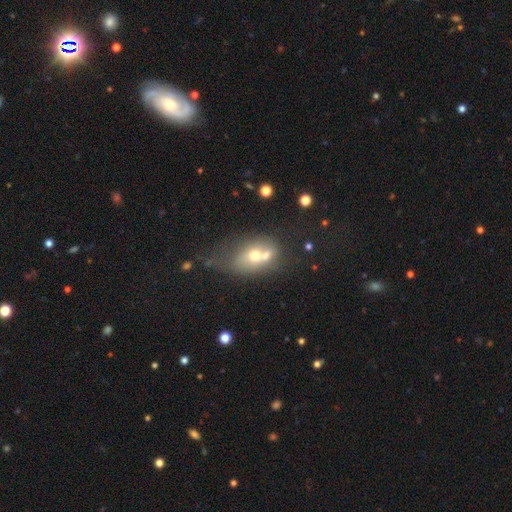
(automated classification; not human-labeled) smooth 56%, featured or disk 31%, star or artifact 13%. Down the decision tree: how rounded — in between (66%); merging — merger (56%).